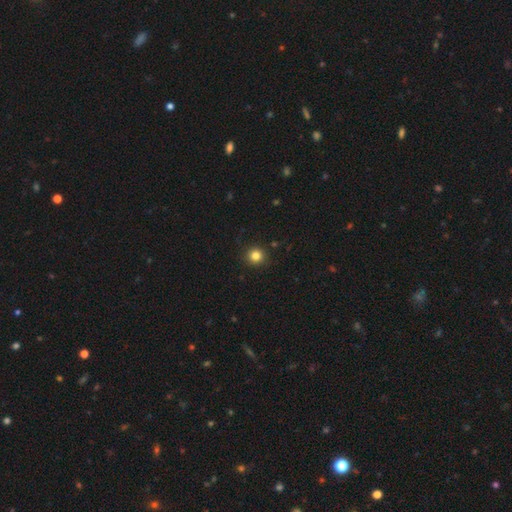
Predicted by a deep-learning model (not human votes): The model was most divided on "smooth or featured": smooth: 83%, star or artifact: 12%, featured or disk: 5%. More confident: how rounded — round (94%); merging — none (91%).